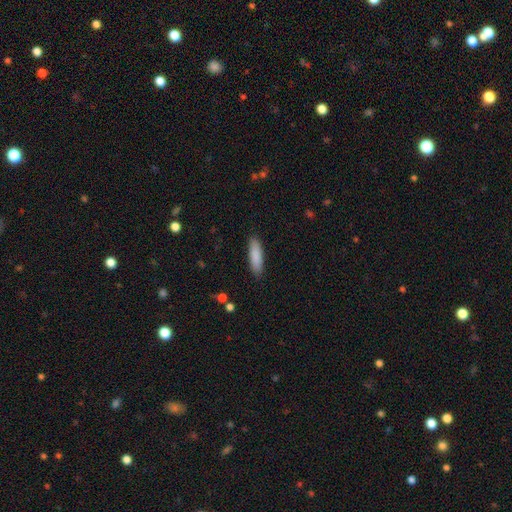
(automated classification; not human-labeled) Smooth or featured: smooth — 87% (featured or disk — 7%)
How rounded: cigar-shaped — 64% (in between — 35%)
Merging: none — 88% (minor disturbance — 9%)